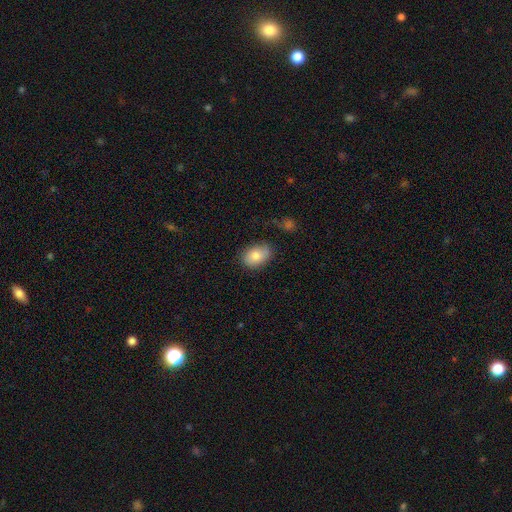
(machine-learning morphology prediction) A smooth galaxy with no disk features (83%) that is in between round and cigar-shaped (82%). Merging: none (72%).